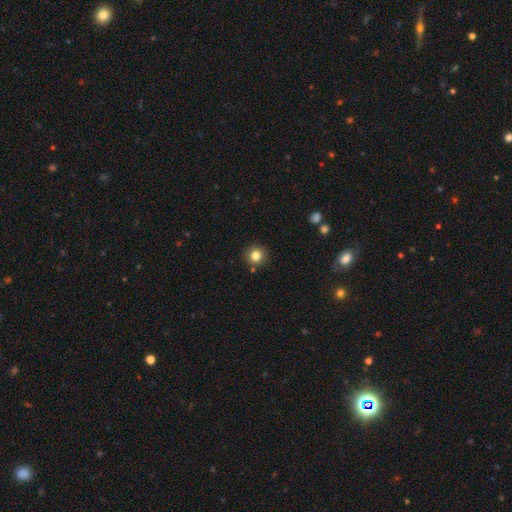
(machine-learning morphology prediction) This appears to be a smooth galaxy with no disk features (82%) that is round (92%). Merging: none (87%).